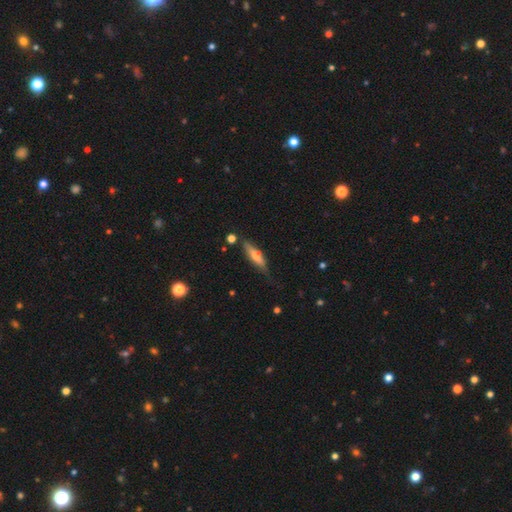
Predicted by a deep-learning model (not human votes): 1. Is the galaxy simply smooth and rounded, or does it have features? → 53% smooth, 40% featured or disk, 7% star or artifact.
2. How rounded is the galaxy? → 69% cigar-shaped, 29% in between, 2% round.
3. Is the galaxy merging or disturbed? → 67% none, 23% minor disturbance, 6% major disturbance, 4% merger.